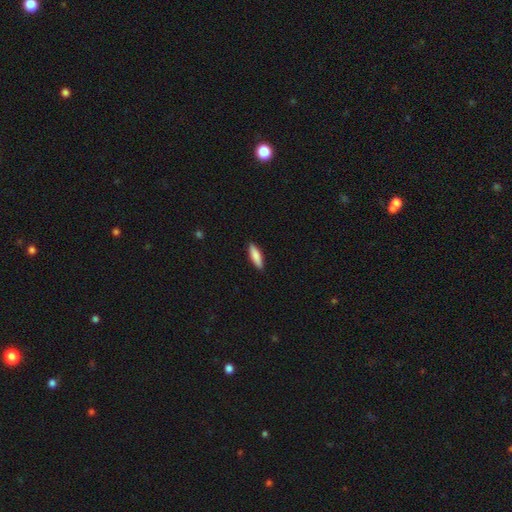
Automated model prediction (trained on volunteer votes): Smooth or featured?
  - smooth: 84% *
  - featured or disk: 10%
  - star or artifact: 5%
How rounded?
  - cigar-shaped: 57% *
  - in between: 41%
  - round: 2%
Merging?
  - none: 89% *
  - minor disturbance: 8%
  - major disturbance: 2%
  - merger: 1%